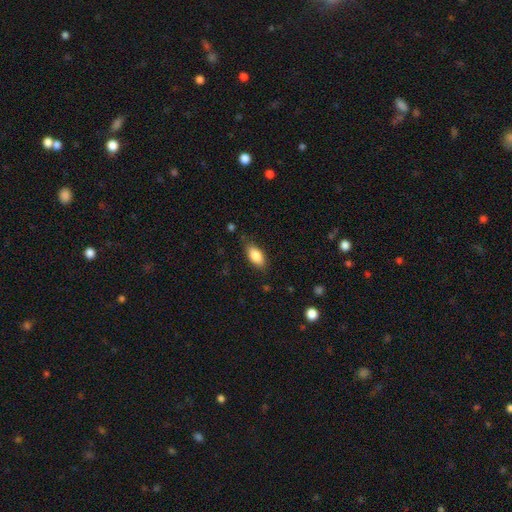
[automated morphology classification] This appears to be a smooth galaxy with no disk features (86%) that is in between round and cigar-shaped (90%). Merging: none (81%).